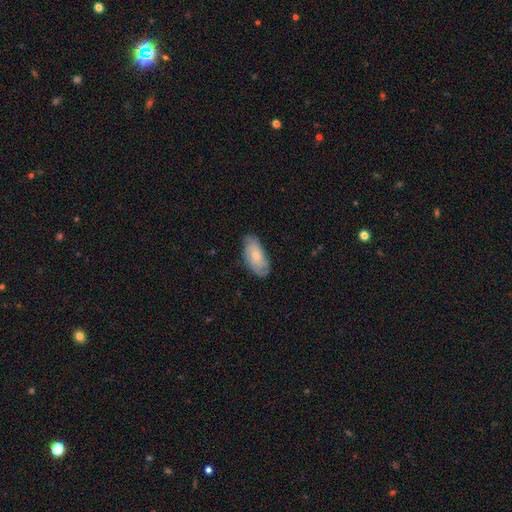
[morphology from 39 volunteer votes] Smooth or featured?
  - smooth: 54% *
  - featured or disk: 41%
  - star or artifact: 5%
How rounded?
  - in between: 86% *
  - cigar-shaped: 14%
  - round: 0%
Merging?
  - none: 76% *
  - minor disturbance: 24%
  - major disturbance: 0%
  - merger: 0%